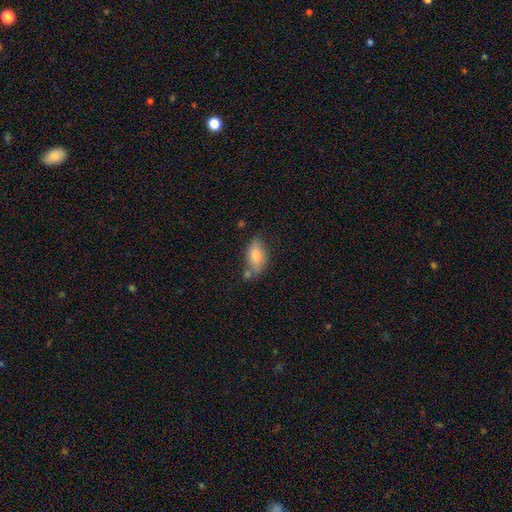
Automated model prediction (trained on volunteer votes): Q: Smooth or featured?
A: smooth (78%); runner-up: featured or disk (15%)
Q: How rounded?
A: in between (89%); runner-up: cigar-shaped (7%)
Q: Merging?
A: none (53%); runner-up: minor disturbance (25%)